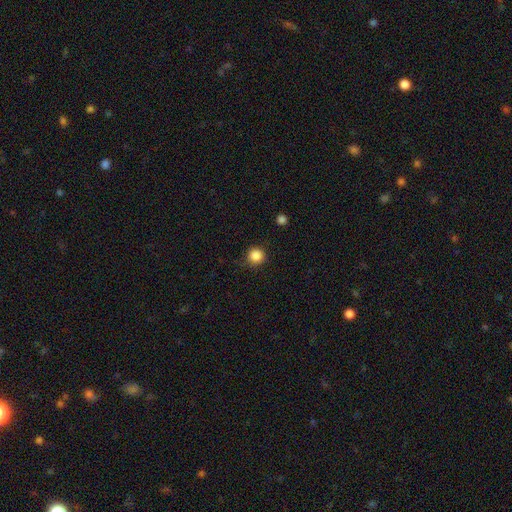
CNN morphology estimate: A smooth galaxy with no disk features (86%) that is round (95%).

Vote fractions:
- Smooth or featured? smooth: 86% / star or artifact: 11% / featured or disk: 3%
- How rounded? round: 95% / in between: 4% / cigar-shaped: 1%
- Merging? none: 86% / minor disturbance: 10% / major disturbance: 3% / merger: 1%